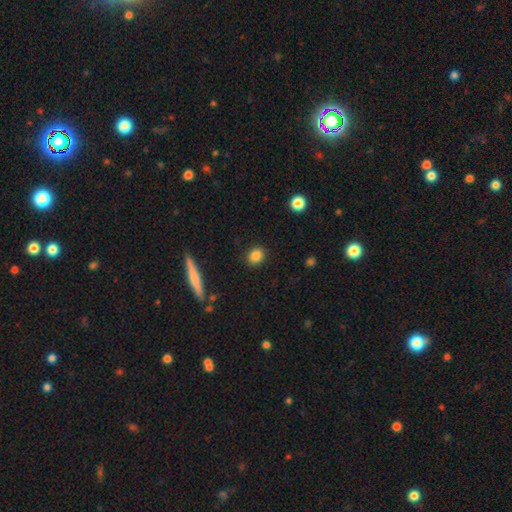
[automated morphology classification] The model was most divided on "how rounded": round: 60%, in between: 38%, cigar-shaped: 2%. More confident: merging — none (89%); smooth or featured — smooth (85%).